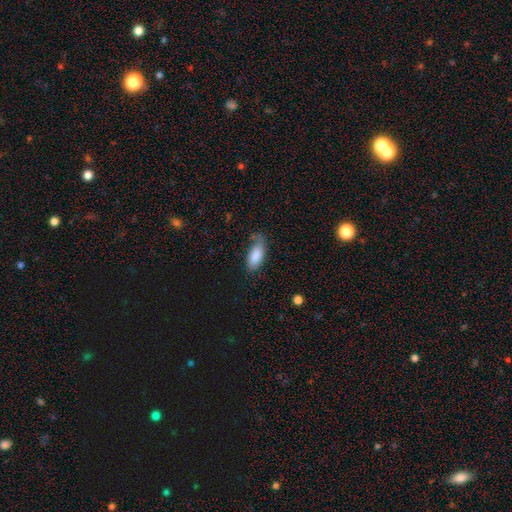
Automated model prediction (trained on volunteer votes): A smooth galaxy with no disk features (84%) that is in between round and cigar-shaped (88%).

Vote fractions:
- Smooth or featured? smooth: 84% / featured or disk: 9% / star or artifact: 7%
- How rounded? in between: 88% / cigar-shaped: 9% / round: 2%
- Merging? none: 52% / minor disturbance: 32% / major disturbance: 12% / merger: 4%